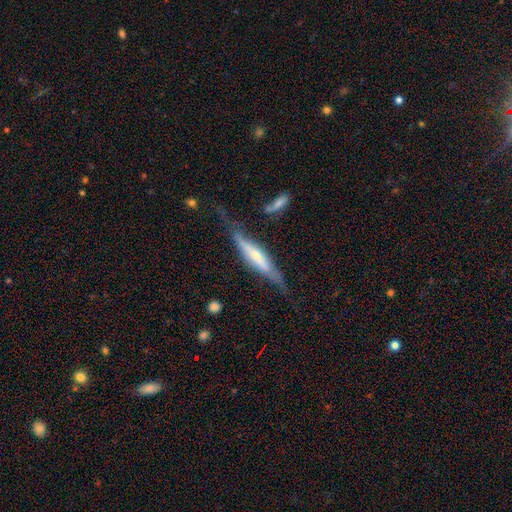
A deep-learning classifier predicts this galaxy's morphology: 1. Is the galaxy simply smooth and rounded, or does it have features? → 69% featured or disk, 25% smooth, 6% star or artifact.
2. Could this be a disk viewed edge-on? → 85% yes, 15% no.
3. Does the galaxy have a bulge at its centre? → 60% rounded, 22% boxy, 18% none.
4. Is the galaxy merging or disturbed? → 59% none, 24% minor disturbance, 13% major disturbance, 4% merger.